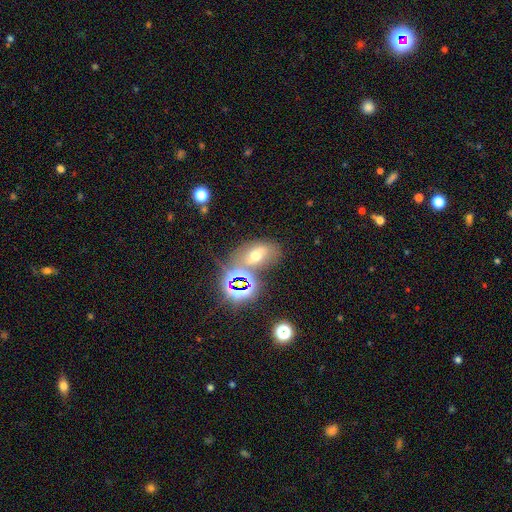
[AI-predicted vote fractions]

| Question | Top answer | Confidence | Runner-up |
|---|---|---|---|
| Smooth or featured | smooth | 45% | star or artifact (32%) |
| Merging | none | 56% | merger (19%) |